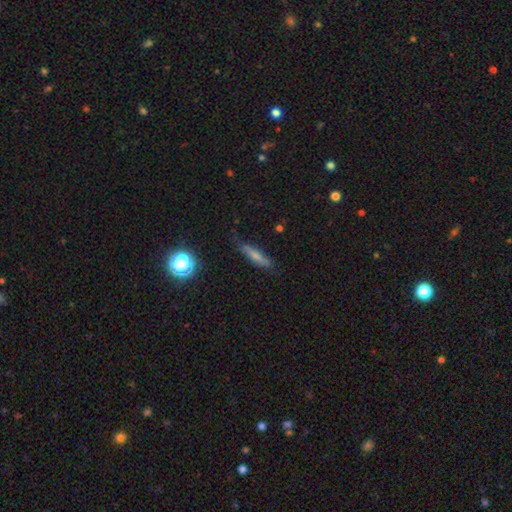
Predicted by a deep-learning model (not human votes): smooth 61%, featured or disk 29%, star or artifact 10%. Down the decision tree: how rounded — cigar-shaped (81%); merging — none (75%).